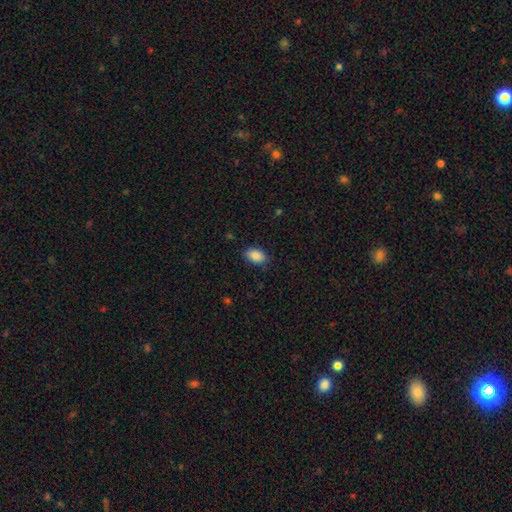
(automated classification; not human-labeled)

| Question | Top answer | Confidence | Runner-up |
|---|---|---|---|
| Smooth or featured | smooth | 89% | star or artifact (7%) |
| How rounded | in between | 89% | round (10%) |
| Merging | none | 84% | minor disturbance (12%) |